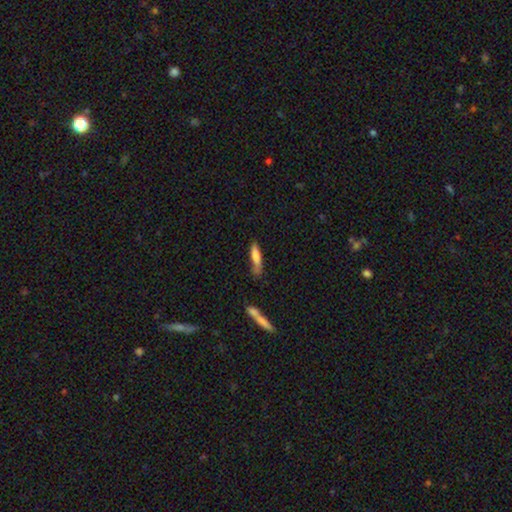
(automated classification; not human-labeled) Smooth or featured? Predicted: smooth (p=0.75). How rounded? Predicted: cigar-shaped (p=0.75). Merging? Predicted: none (p=0.51).